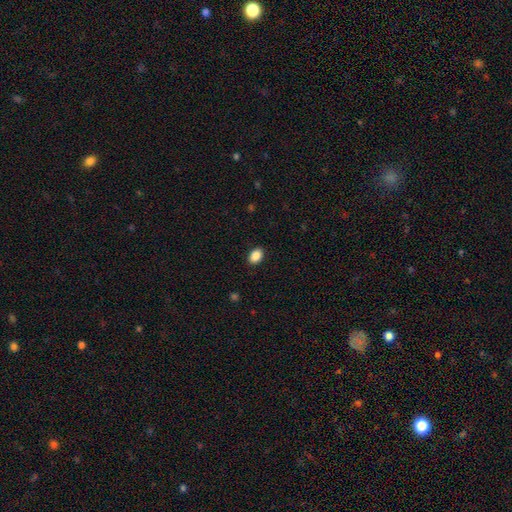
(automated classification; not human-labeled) This appears to be a smooth galaxy with no disk features (88%) that is in between round and cigar-shaped (80%). Merging: none (90%).